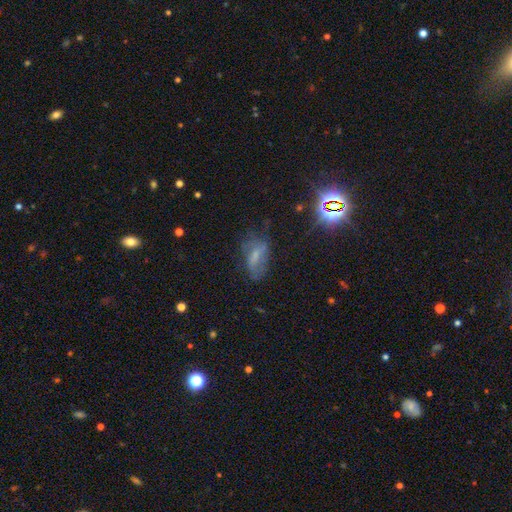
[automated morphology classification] smooth_or_featured: smooth (p=0.41) [alt: featured or disk p=0.38]
merging: none (p=0.50) [alt: minor disturbance p=0.26]